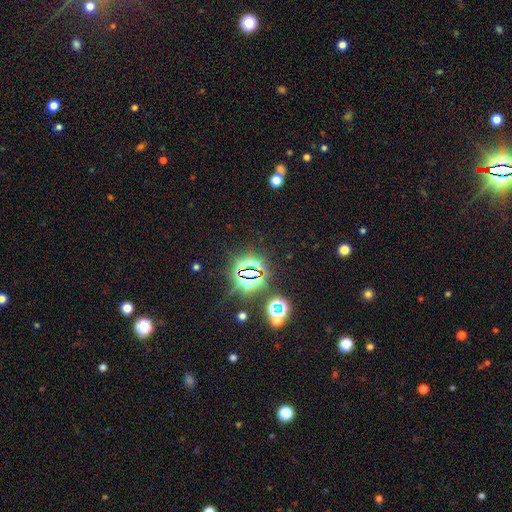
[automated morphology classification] type=star or artifact (81%).